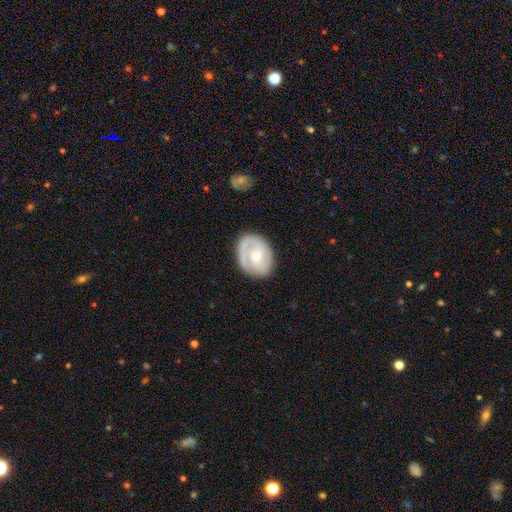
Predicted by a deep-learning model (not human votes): A featured or disk galaxy (68%) with no bar (56%), 2 (54%) tight (50%) spiral arms (84%) and a small central bulge (50%).

Vote fractions:
- Smooth or featured? featured or disk: 68% / smooth: 27% / star or artifact: 5%
- Edge-on disk? no: 97% / yes: 3%
- Bar? no: 56% / weak: 36% / strong: 8%
- Spiral arms? yes: 84% / no: 16%
- Spiral winding? tight: 50% / medium: 37% / loose: 13%
- Spiral arm count? 2: 54% / 1: 20% / can't tell: 17% / 3: 6% / 4: 2% / more than 4: 1%
- Bulge size? small: 50% / moderate: 43% / large: 3% / none: 2% / dominant: 1%
- Merging? none: 76% / minor disturbance: 17% / major disturbance: 6% / merger: 1%